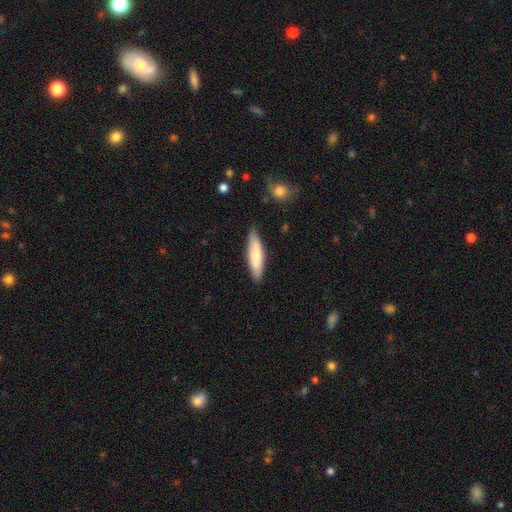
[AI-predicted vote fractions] smooth_or_featured: smooth (p=0.77) [alt: featured or disk p=0.17]
how_rounded: cigar-shaped (p=0.70) [alt: in between p=0.29]
merging: none (p=0.83) [alt: minor disturbance p=0.14]